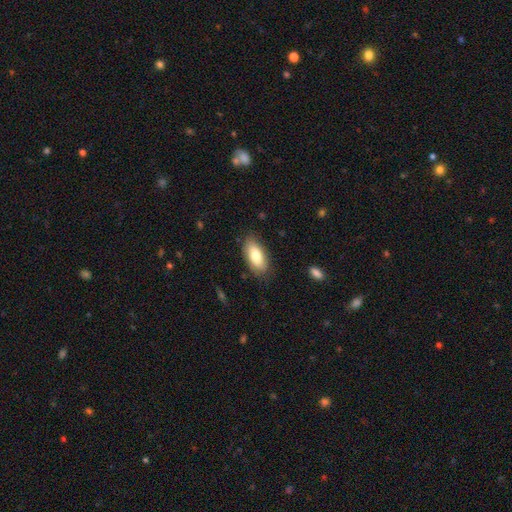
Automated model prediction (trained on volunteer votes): This is likely a smooth galaxy (79%). How rounded: clearly in between (87%). Merging: clearly none (82%).